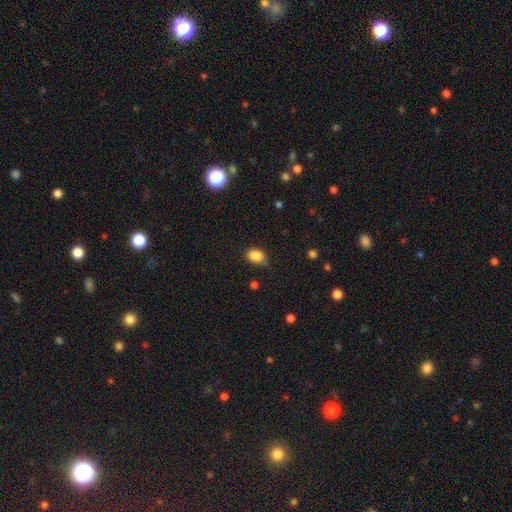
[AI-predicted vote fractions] Overall: smooth (87%). How rounded: in between (76%). Merging: none (66%; minor disturbance 26%).